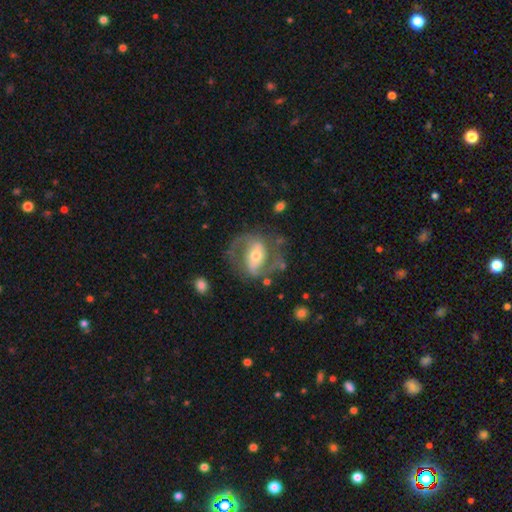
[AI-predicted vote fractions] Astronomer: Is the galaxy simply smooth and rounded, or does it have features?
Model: featured or disk — 83%.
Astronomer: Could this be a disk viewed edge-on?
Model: no — 97%.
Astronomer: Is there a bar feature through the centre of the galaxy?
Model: strong — 37% (runner-up: weak, 36%).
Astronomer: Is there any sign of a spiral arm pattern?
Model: yes — 89%.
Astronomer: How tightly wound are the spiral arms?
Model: medium — 55%.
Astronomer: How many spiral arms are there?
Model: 2 — 88%.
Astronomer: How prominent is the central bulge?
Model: moderate — 64%.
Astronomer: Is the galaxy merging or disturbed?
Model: none — 68%.